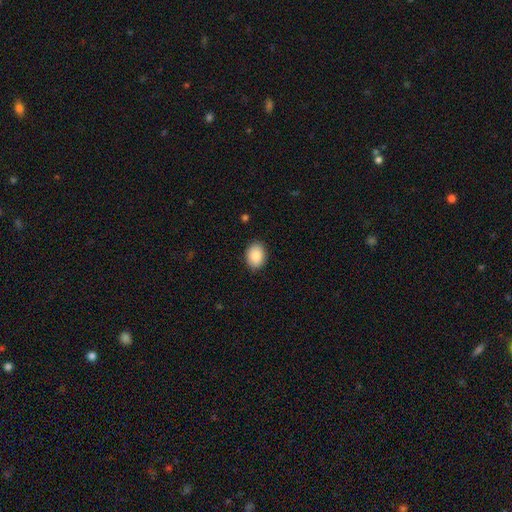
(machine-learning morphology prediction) A smooth galaxy with no disk features (88%) that is in between round and cigar-shaped (75%). Merging: none (88%).